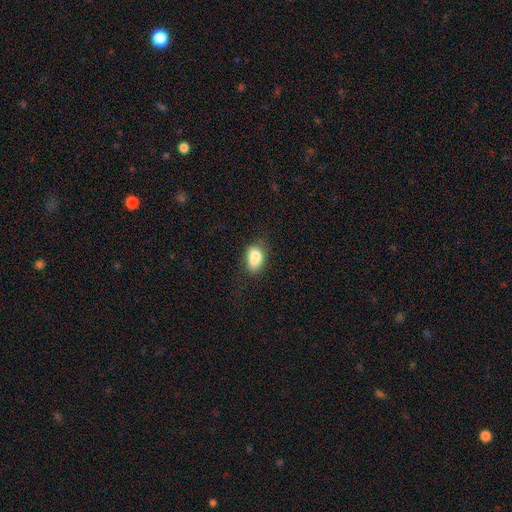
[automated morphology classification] smooth_or_featured: smooth (p=0.82) [alt: star or artifact p=0.09]
how_rounded: in between (p=0.84) [alt: round p=0.14]
merging: none (p=0.56) [alt: minor disturbance p=0.29]